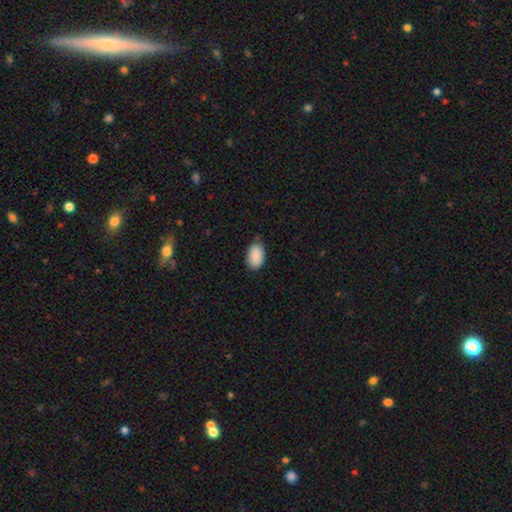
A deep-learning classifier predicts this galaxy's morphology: Smooth or featured? smooth (90%)
How rounded? in between (91%)
Merging? none (79%)